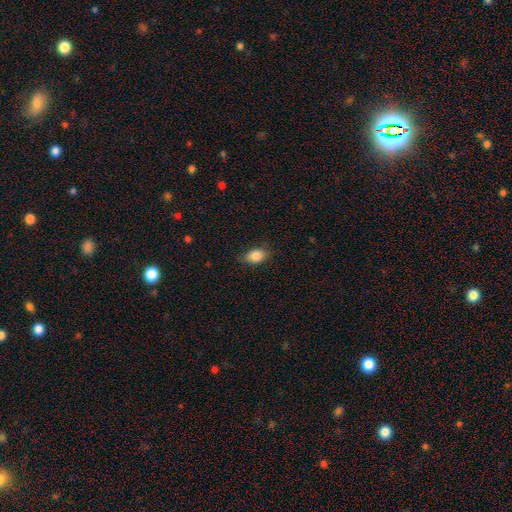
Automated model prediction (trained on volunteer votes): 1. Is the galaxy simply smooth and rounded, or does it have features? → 84% smooth, 8% featured or disk, 8% star or artifact.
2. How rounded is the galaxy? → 84% in between, 14% round, 3% cigar-shaped.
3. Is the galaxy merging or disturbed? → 79% none, 17% minor disturbance, 3% major disturbance, 1% merger.